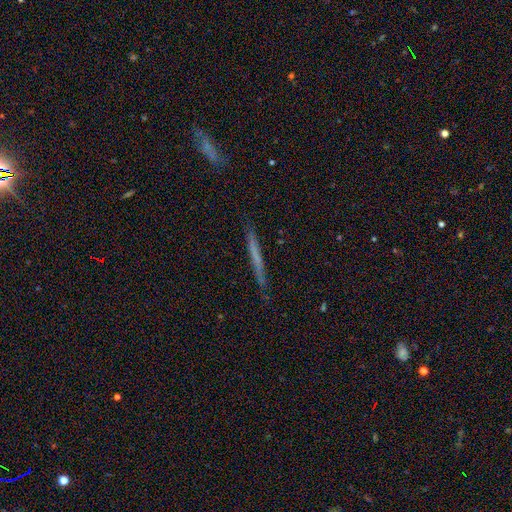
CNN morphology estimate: Smooth or featured? smooth (50%)
How rounded? cigar-shaped (96%)
Merging? none (86%)